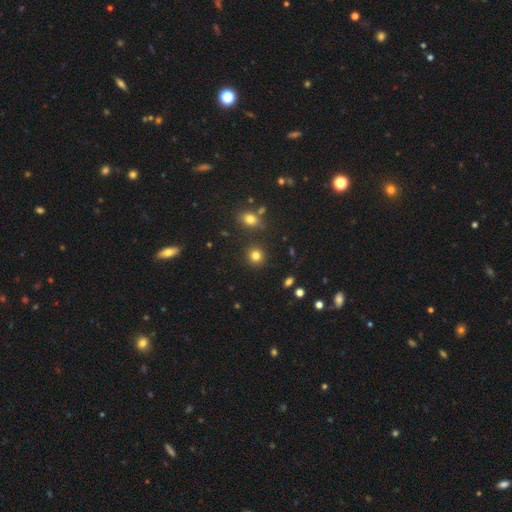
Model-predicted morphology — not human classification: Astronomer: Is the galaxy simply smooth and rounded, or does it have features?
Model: smooth — 81%.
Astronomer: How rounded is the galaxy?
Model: round — 89%.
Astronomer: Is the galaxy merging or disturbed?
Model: none — 87%.